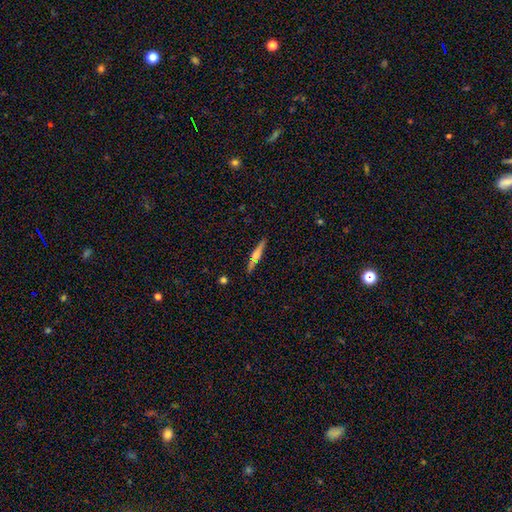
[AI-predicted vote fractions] Q: Smooth or featured?
A: smooth (47%); runner-up: featured or disk (46%)
Q: Merging?
A: none (89%); runner-up: minor disturbance (8%)